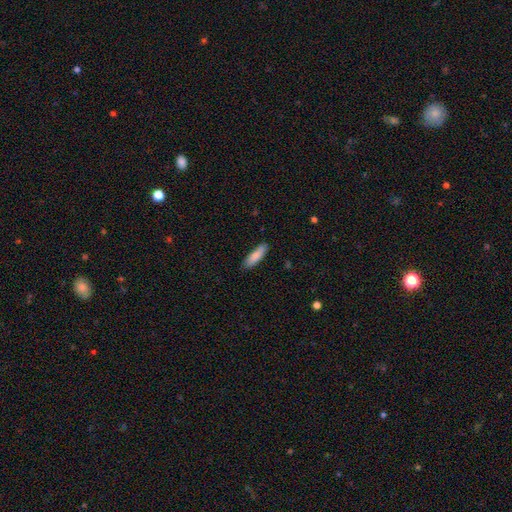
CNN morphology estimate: The model was most divided on "how rounded" (2-way tie): in between: 49%, cigar-shaped: 49%, round: 1%. More confident: smooth or featured — smooth (83%); merging — none (81%).